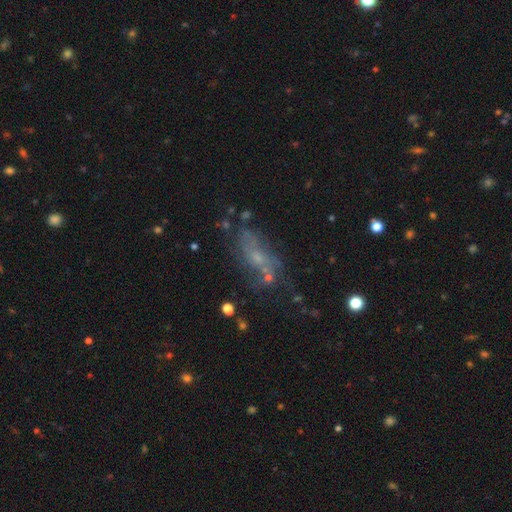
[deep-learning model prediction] smooth_or_featured: featured or disk (p=0.44) [alt: smooth p=0.39]
merging: none (p=0.46) [alt: minor disturbance p=0.22]